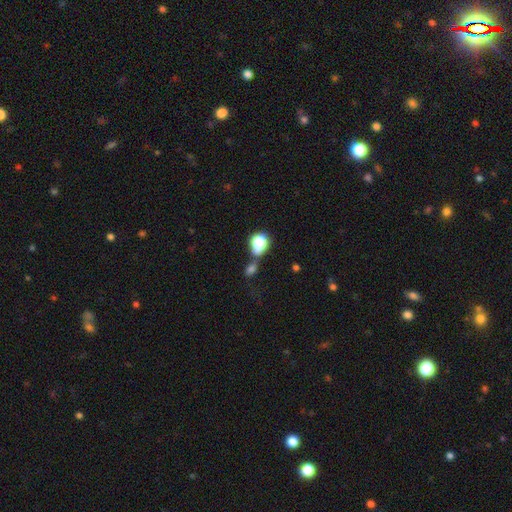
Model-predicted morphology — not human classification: smooth_or_featured: star or artifact (p=0.49) [alt: smooth p=0.38]